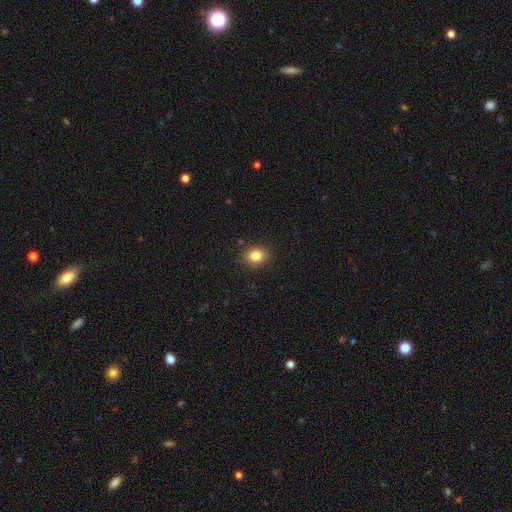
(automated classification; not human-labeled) Smooth or featured? Predicted: smooth (p=0.84). How rounded? Predicted: round (p=0.62). Merging? Predicted: none (p=0.88).